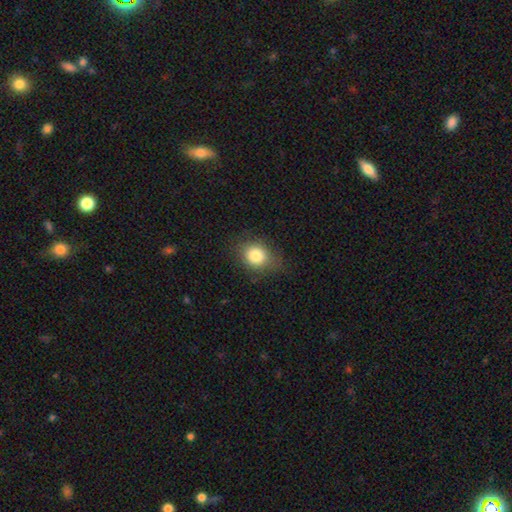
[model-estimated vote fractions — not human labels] This appears to be a smooth galaxy with no disk features (82%) that is round (60%). Merging: none (77%).